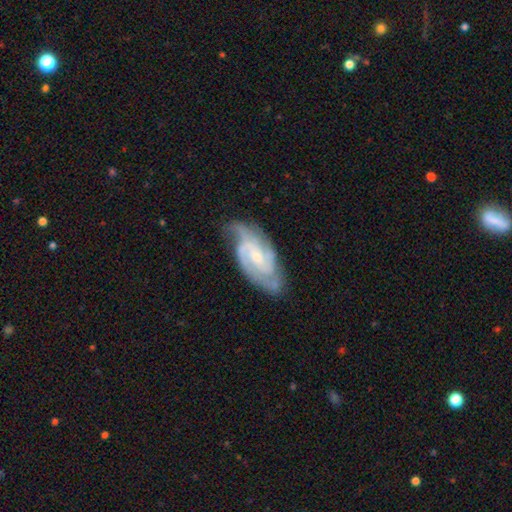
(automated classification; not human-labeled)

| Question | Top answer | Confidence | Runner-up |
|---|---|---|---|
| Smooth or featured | featured or disk | 88% | smooth (7%) |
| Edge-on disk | no | 96% | yes (4%) |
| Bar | weak | 45% | no (43%) |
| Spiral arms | yes | 98% | no (2%) |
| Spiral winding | tight | 46% | medium (45%) |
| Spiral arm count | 2 | 43% | 3 (34%) |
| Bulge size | small | 59% | moderate (35%) |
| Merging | none | 70% | minor disturbance (22%) |